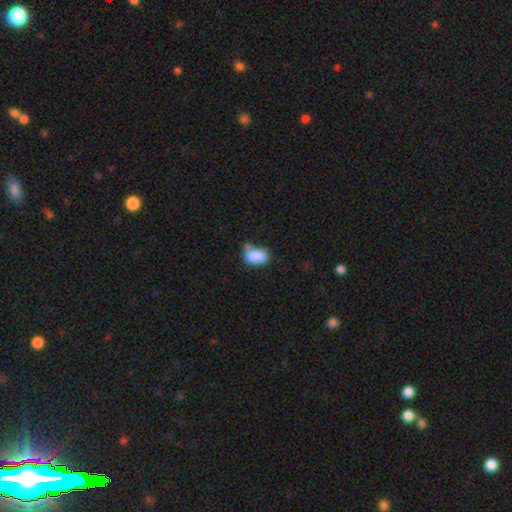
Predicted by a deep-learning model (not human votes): This appears to be a smooth galaxy with no disk features (85%) that is in between round and cigar-shaped (86%). Merging: none (38%).